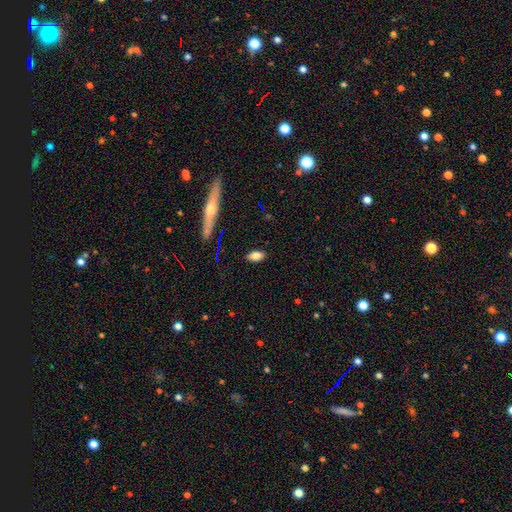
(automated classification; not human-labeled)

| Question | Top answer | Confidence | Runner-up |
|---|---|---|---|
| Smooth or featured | smooth | 79% | featured or disk (13%) |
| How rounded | in between | 84% | cigar-shaped (12%) |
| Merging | none | 87% | minor disturbance (9%) |